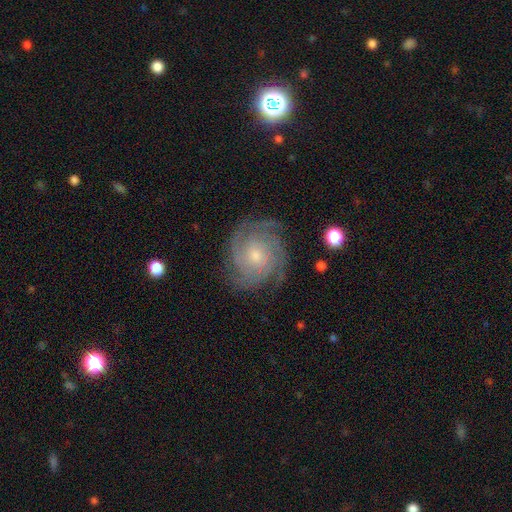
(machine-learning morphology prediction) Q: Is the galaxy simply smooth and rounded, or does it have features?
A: featured or disk — 86%.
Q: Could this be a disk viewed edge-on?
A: no — 98%.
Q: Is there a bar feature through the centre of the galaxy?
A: no — 75%.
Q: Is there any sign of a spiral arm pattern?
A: yes — 97%.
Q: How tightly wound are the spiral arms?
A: tight — 72%.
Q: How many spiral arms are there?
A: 3 — 29%.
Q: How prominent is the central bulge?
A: small — 63%.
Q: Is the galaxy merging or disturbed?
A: none — 79%.